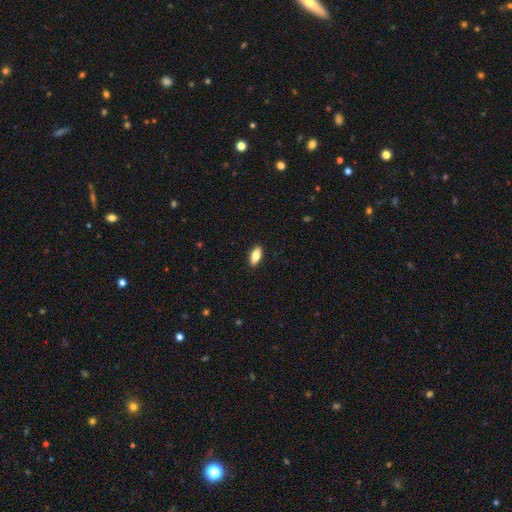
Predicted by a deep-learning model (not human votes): Smooth or featured?
  - smooth: 76% *
  - featured or disk: 17%
  - star or artifact: 7%
How rounded?
  - in between: 85% *
  - cigar-shaped: 12%
  - round: 3%
Merging?
  - none: 90% *
  - minor disturbance: 8%
  - major disturbance: 2%
  - merger: 1%